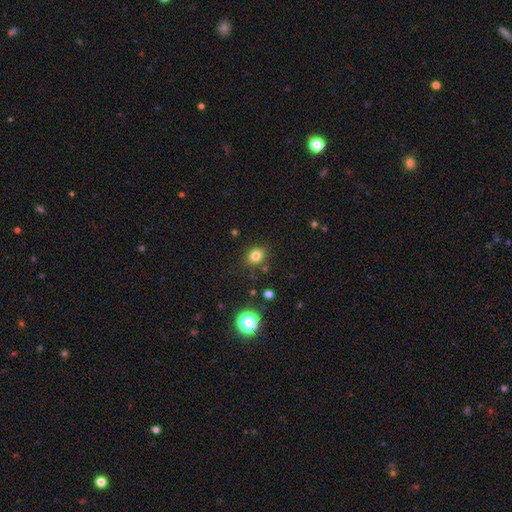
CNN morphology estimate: Smooth or featured?
  - smooth: 81% *
  - star or artifact: 13%
  - featured or disk: 5%
How rounded?
  - round: 58% *
  - in between: 41%
  - cigar-shaped: 1%
Merging?
  - none: 83% *
  - minor disturbance: 11%
  - merger: 3%
  - major disturbance: 3%